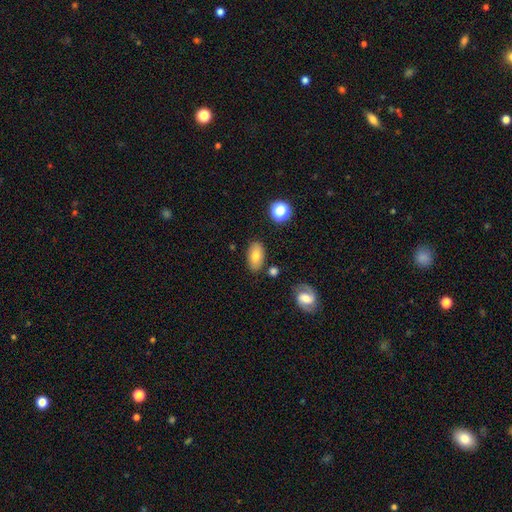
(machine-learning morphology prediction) Smooth or featured? smooth (75%)
How rounded? in between (91%)
Merging? none (80%)